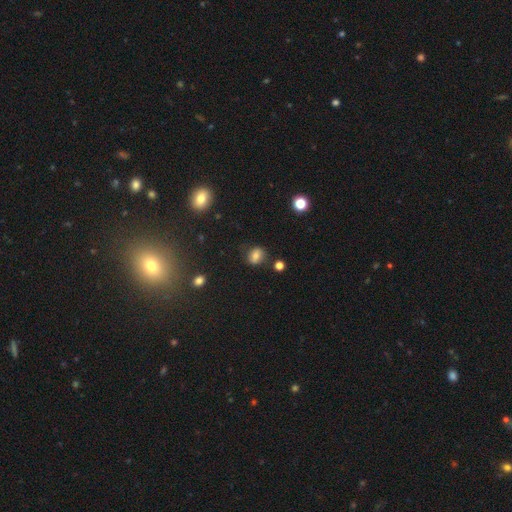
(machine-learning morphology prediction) The model was most divided on "how rounded": round: 60%, in between: 39%, cigar-shaped: 1%. More confident: merging — none (76%); smooth or featured — smooth (72%).